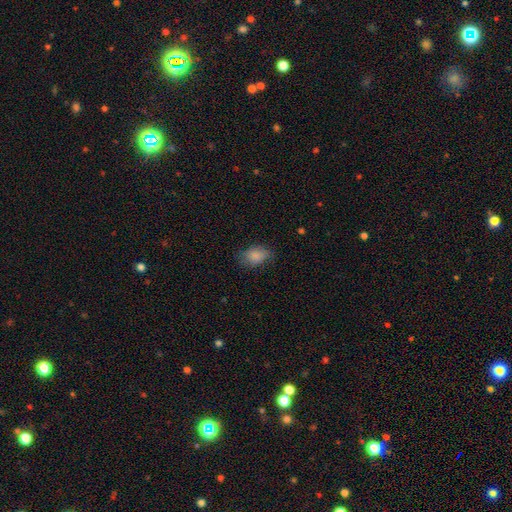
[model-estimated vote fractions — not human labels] smooth_or_featured: smooth (p=0.86) [alt: star or artifact p=0.08]
how_rounded: in between (p=0.81) [alt: round p=0.18]
merging: none (p=0.70) [alt: minor disturbance p=0.23]